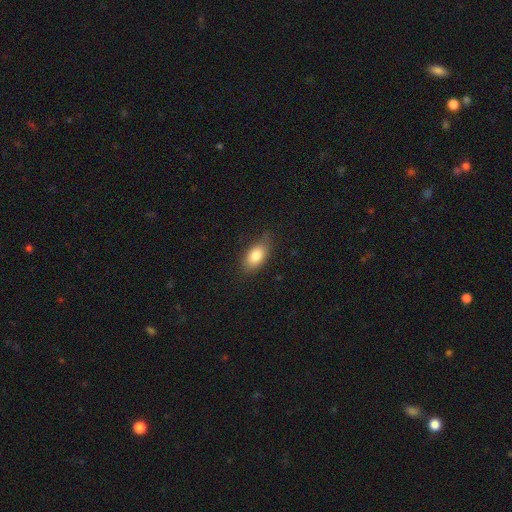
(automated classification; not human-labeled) Morphology: type=smooth (82%); roundness=in between (89%); merging=none (73%).